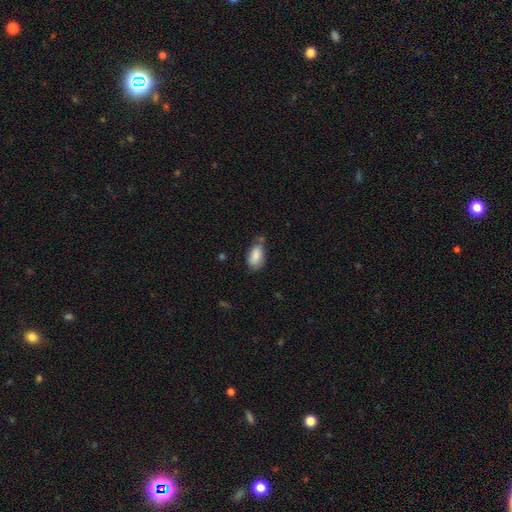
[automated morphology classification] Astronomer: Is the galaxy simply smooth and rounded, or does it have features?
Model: smooth — 86%.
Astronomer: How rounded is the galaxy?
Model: in between — 92%.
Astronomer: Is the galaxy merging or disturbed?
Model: none — 57%.